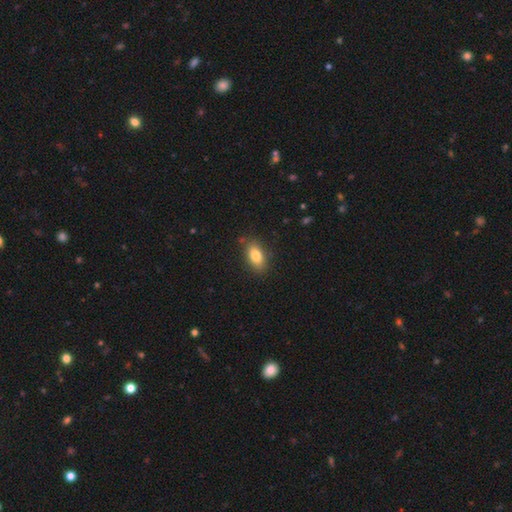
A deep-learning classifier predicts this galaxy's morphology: This is clearly a smooth galaxy (82%). How rounded: clearly in between (87%). Merging: clearly none (84%).